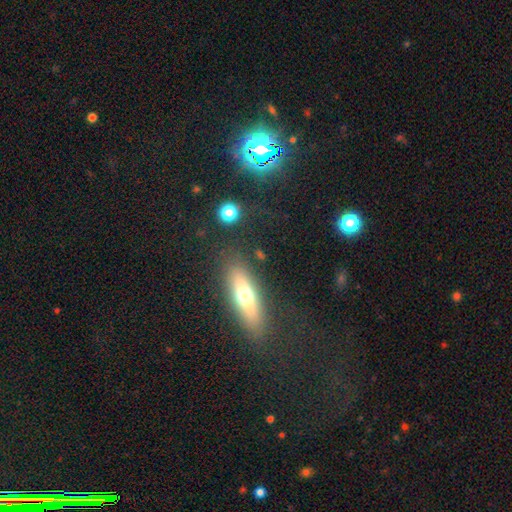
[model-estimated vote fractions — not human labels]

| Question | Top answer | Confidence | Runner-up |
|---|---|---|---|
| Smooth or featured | smooth | 43% | featured or disk (40%) |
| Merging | none | 66% | minor disturbance (17%) |